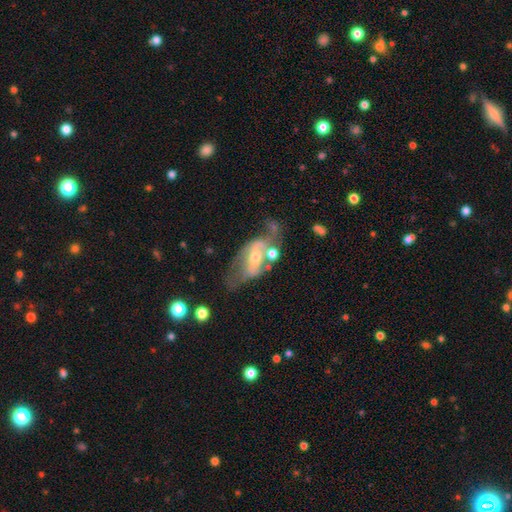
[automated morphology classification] featured or disk 76%, smooth 17%, star or artifact 7%. Down the decision tree: edge-on disk — no (92%); bar — weak (36%); spiral arms — yes (77%); spiral arm count — 2 (74%); spiral winding — loose (42%); bulge size — small (54%); merging — none (41%).